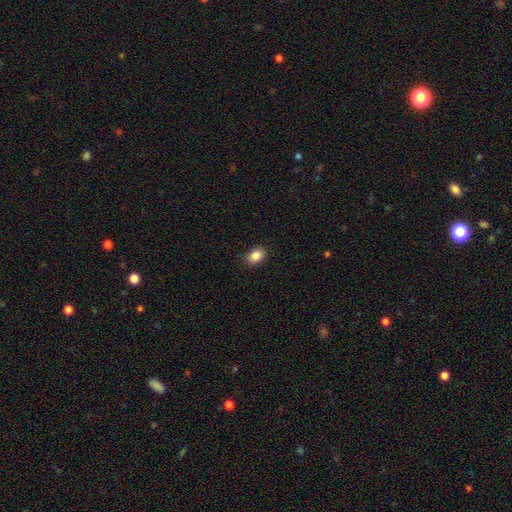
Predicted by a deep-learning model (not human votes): Smooth or featured? smooth (87%)
How rounded? in between (71%)
Merging? none (89%)